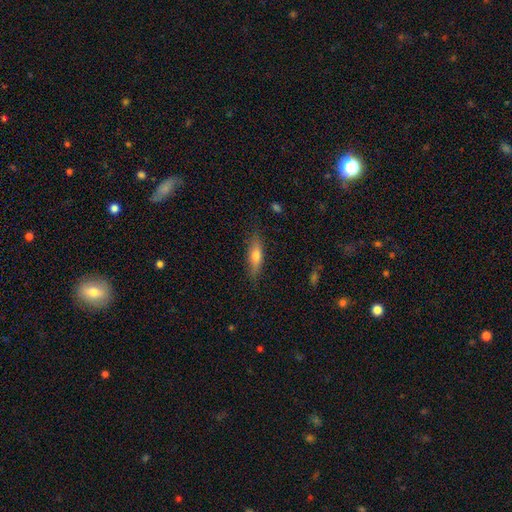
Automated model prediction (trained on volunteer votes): Overall: smooth (62%; featured or disk 31%). How rounded: cigar-shaped (60%; in between 37%). Merging: none (83%).